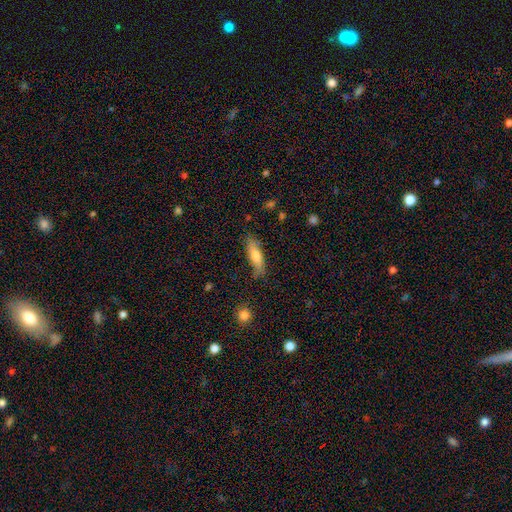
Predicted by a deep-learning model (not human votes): This appears to be a smooth galaxy with no disk features (66%) that is cigar-shaped (62%). Merging: none (73%).